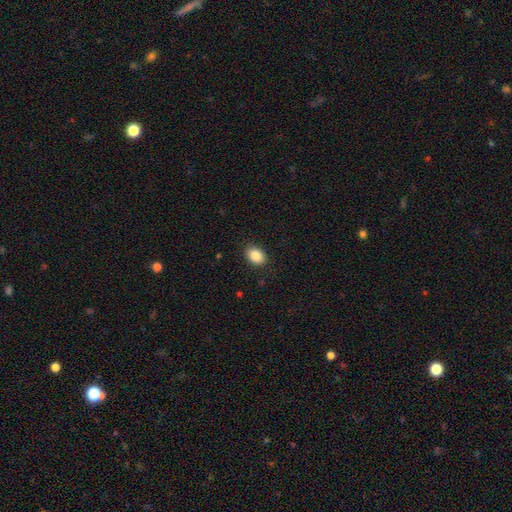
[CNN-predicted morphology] This appears to be a smooth galaxy with no disk features (88%) that is in between round and cigar-shaped (75%). Merging: none (87%).